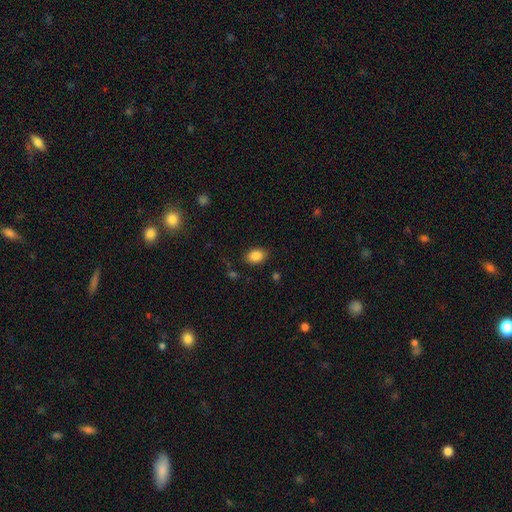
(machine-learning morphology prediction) smooth_or_featured: smooth (p=0.86) [alt: star or artifact p=0.09]
how_rounded: in between (p=0.79) [alt: round p=0.20]
merging: none (p=0.84) [alt: minor disturbance p=0.11]